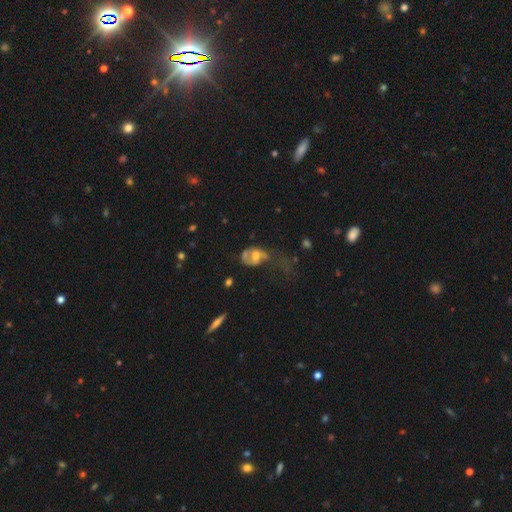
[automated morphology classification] Overall: featured or disk (47%; smooth 43%). Merging: major disturbance (46%; none 19%).